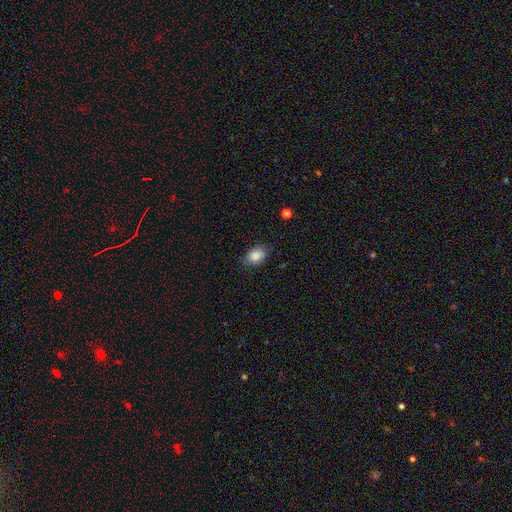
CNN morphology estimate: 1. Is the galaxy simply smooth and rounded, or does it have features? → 85% smooth, 8% star or artifact, 7% featured or disk.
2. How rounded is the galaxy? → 79% in between, 20% round, 2% cigar-shaped.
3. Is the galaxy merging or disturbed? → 73% none, 22% minor disturbance, 4% major disturbance, 1% merger.